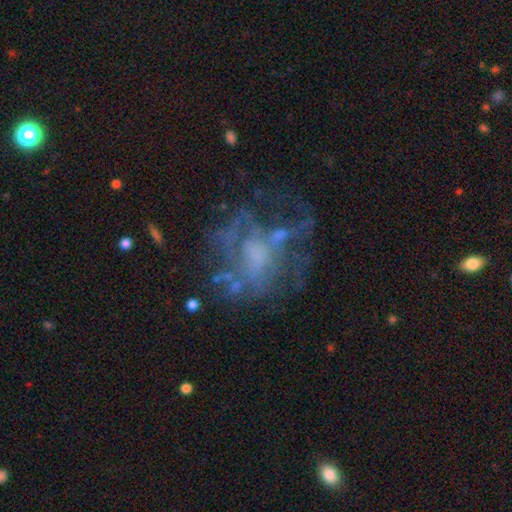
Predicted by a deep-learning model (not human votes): This appears to be a featured or disk galaxy (65%) with no bar (80%), no spiral arms (70%) and no central bulge (38%). Merging: none (42%).